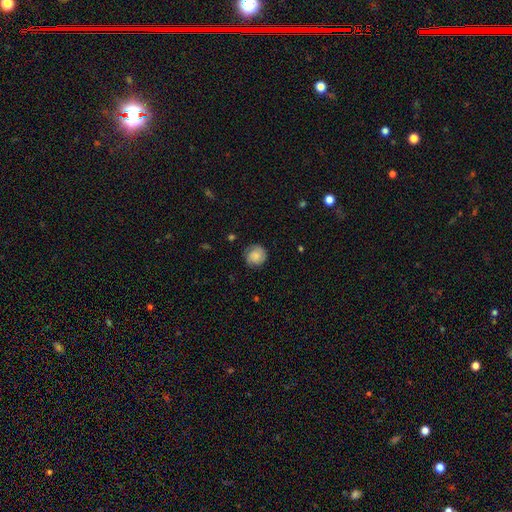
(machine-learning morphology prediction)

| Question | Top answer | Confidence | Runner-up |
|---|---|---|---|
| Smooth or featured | smooth | 69% | featured or disk (23%) |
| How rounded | round | 89% | in between (10%) |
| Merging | none | 78% | minor disturbance (16%) |